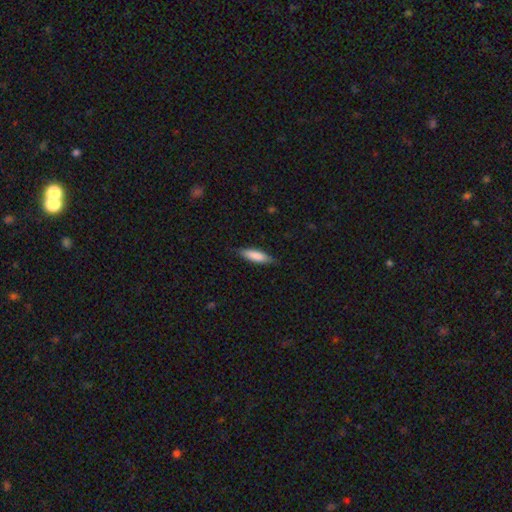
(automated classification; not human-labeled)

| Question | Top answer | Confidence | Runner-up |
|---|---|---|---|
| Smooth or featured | smooth | 82% | featured or disk (13%) |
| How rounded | cigar-shaped | 58% | in between (40%) |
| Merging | none | 83% | minor disturbance (14%) |